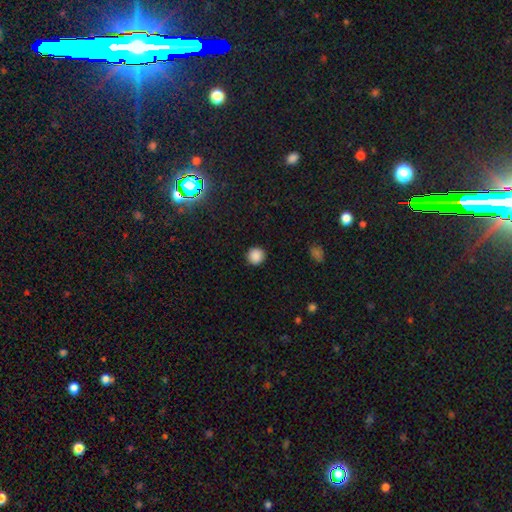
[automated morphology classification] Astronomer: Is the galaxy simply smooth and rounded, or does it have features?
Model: smooth — 87%.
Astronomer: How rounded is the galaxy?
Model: round — 95%.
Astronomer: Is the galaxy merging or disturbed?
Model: none — 92%.